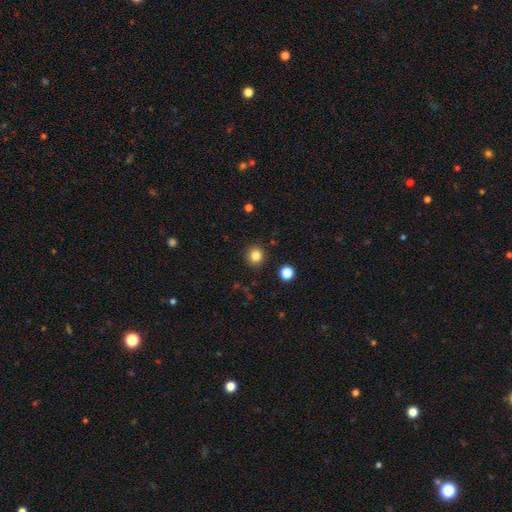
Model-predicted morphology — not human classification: smooth 83%, star or artifact 12%, featured or disk 5%. Down the decision tree: how rounded — round (91%); merging — none (90%).